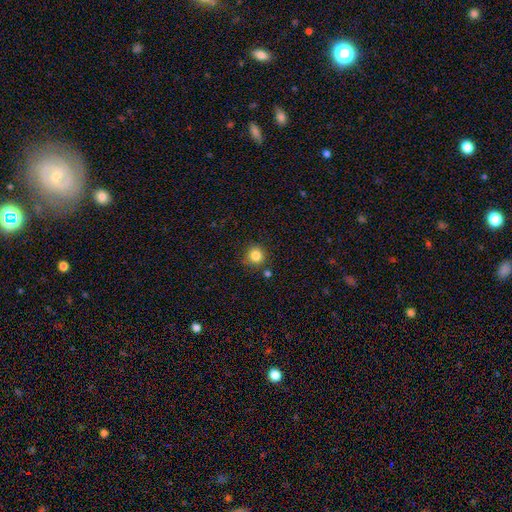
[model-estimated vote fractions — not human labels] Smooth or featured? Predicted: smooth (p=0.84). How rounded? Predicted: round (p=0.93). Merging? Predicted: none (p=0.83).